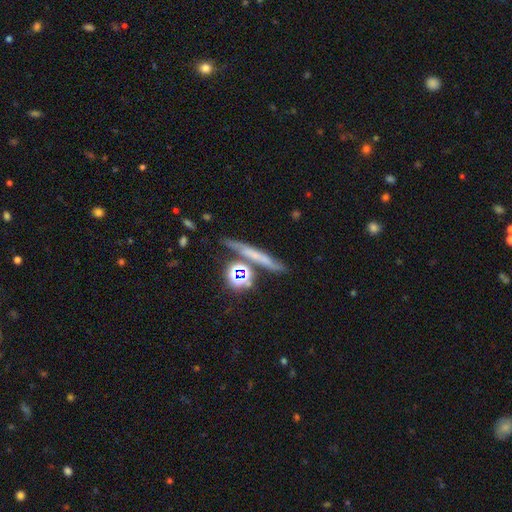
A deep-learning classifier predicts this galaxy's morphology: smooth_or_featured: smooth (p=0.44) [alt: featured or disk p=0.34]
merging: none (p=0.70) [alt: minor disturbance p=0.14]